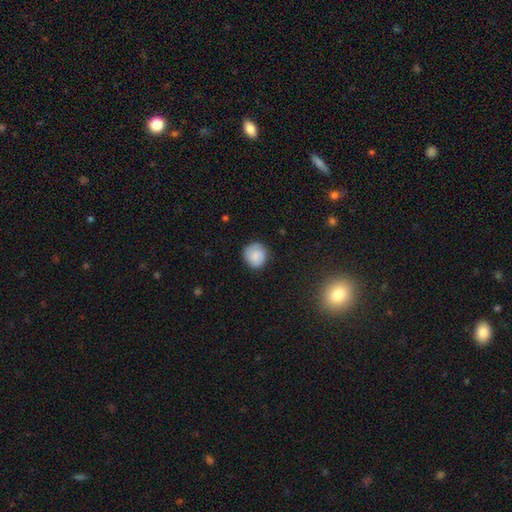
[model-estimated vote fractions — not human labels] smooth 71%, featured or disk 20%, star or artifact 8%. Down the decision tree: how rounded — round (90%); merging — none (83%).